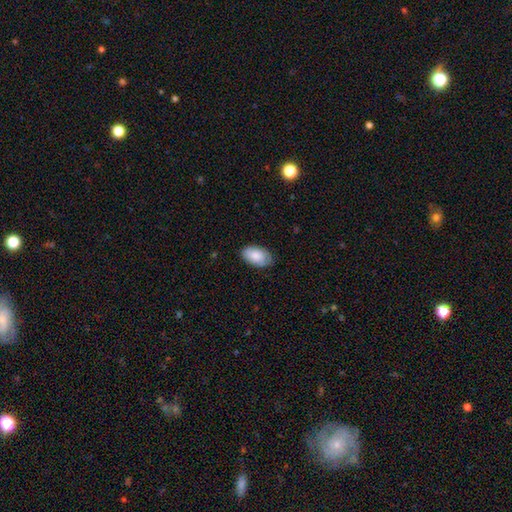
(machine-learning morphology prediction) The model was most divided on "merging": none: 78%, minor disturbance: 18%, major disturbance: 3%, merger: 1%. More confident: how rounded — in between (94%); smooth or featured — smooth (85%).